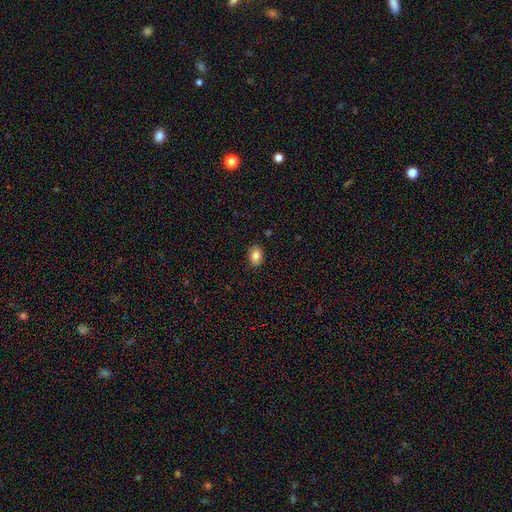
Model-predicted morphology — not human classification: Overall: smooth (85%). How rounded: in between (76%). Merging: none (89%).